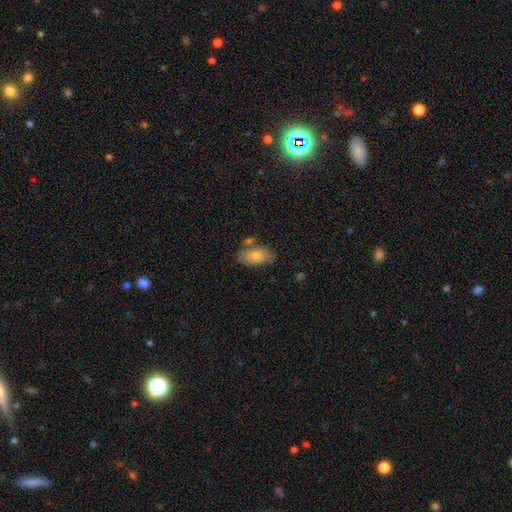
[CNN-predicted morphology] Smooth or featured? smooth (79%)
How rounded? in between (92%)
Merging? none (65%)